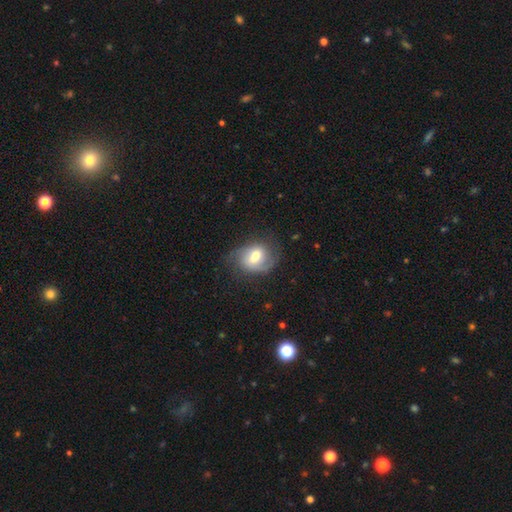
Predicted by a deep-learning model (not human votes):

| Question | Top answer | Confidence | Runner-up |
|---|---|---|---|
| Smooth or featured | featured or disk | 56% | smooth (36%) |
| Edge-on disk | no | 96% | yes (4%) |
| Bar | weak | 47% | no (32%) |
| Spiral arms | yes | 82% | no (18%) |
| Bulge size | moderate | 63% | small (24%) |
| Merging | none | 64% | minor disturbance (22%) |